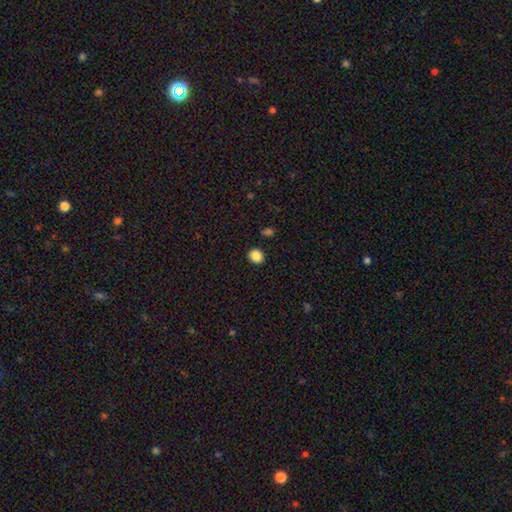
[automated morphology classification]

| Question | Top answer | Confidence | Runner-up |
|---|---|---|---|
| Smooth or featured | smooth | 87% | star or artifact (10%) |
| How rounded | round | 79% | in between (20%) |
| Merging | none | 90% | minor disturbance (6%) |